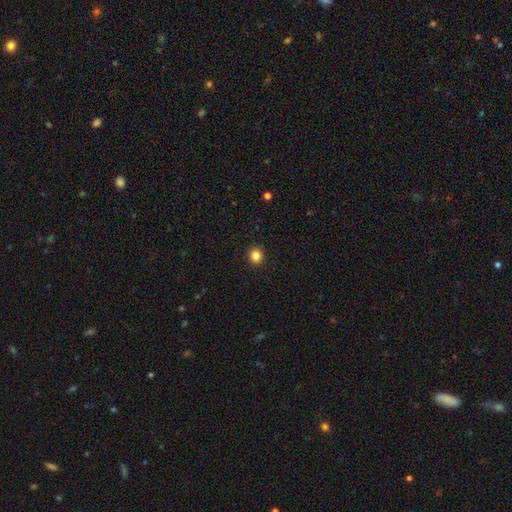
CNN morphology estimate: This appears to be a smooth galaxy with no disk features (85%) that is round (89%). Merging: none (93%).